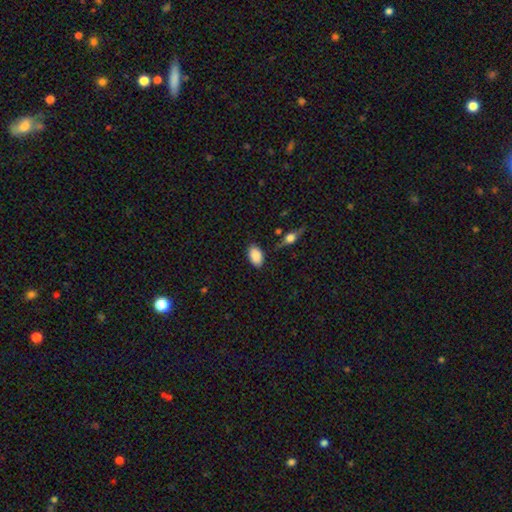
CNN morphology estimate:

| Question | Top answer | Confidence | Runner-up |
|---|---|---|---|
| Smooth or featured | smooth | 87% | star or artifact (7%) |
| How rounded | in between | 91% | round (7%) |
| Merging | none | 81% | minor disturbance (13%) |